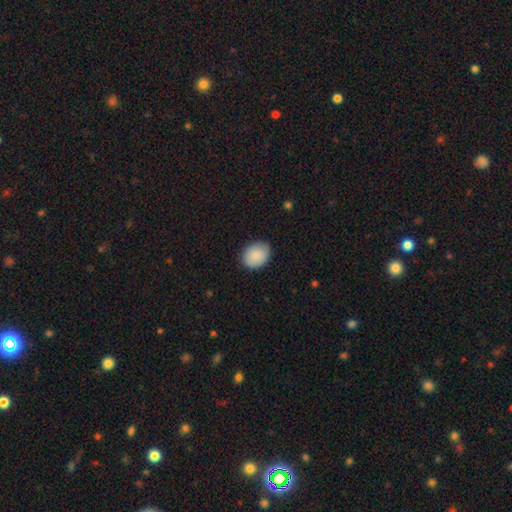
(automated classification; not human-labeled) Smooth or featured: smooth — 90% (star or artifact — 6%)
How rounded: in between — 52% (round — 47%)
Merging: none — 84% (minor disturbance — 13%)